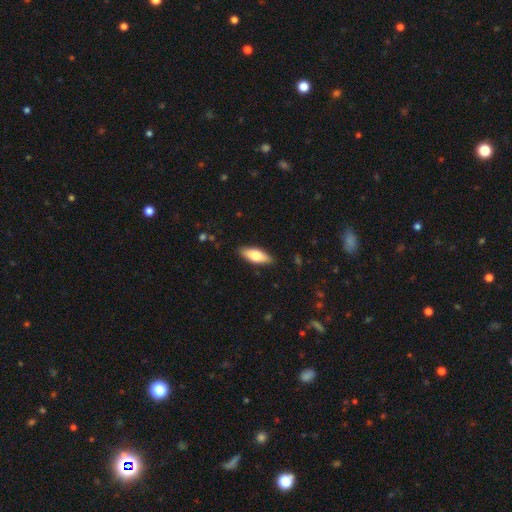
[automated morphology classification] Smooth or featured: smooth — 69% (featured or disk — 25%)
How rounded: in between — 69% (cigar-shaped — 29%)
Merging: none — 88% (minor disturbance — 9%)